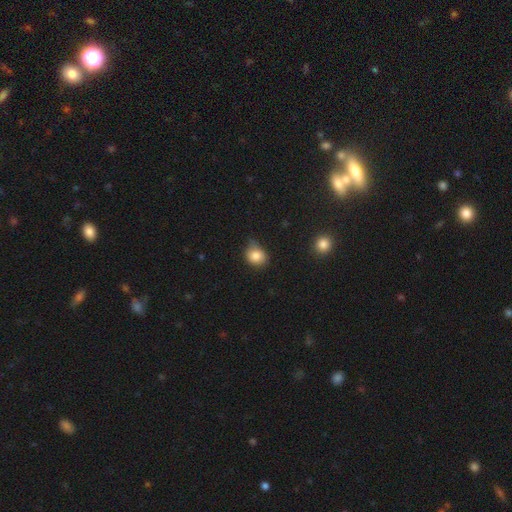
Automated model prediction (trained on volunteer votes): Overall: smooth (82%). How rounded: round (64%; in between 36%). Merging: none (51%; minor disturbance 38%).